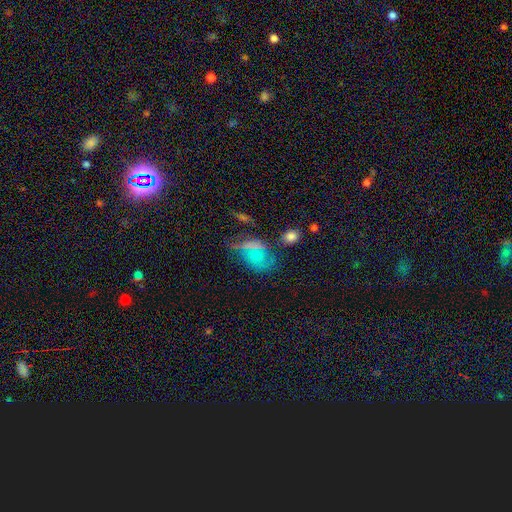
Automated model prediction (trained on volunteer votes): smooth-or-featured: smooth: 50% | star or artifact: 26% | featured or disk: 25%
  merging: none: 46% | minor disturbance: 23% | major disturbance: 16% | merger: 15%